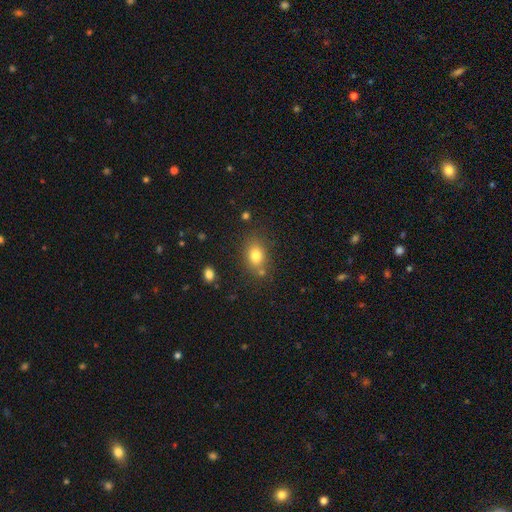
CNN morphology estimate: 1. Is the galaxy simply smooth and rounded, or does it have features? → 79% smooth, 11% star or artifact, 9% featured or disk.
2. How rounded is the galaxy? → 64% in between, 35% round, 1% cigar-shaped.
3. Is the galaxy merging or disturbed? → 73% none, 14% minor disturbance, 9% merger, 4% major disturbance.